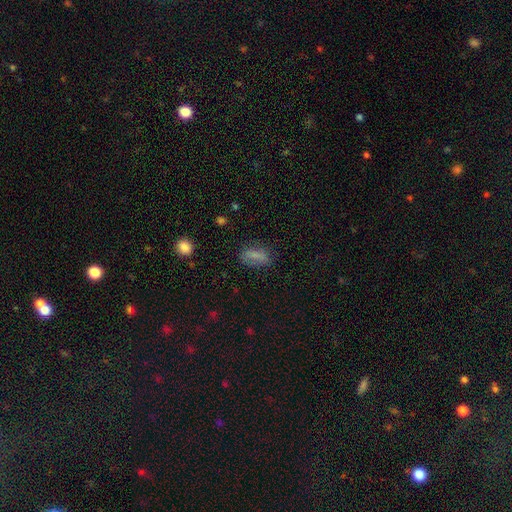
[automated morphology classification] Q: Smooth or featured?
A: smooth (77%); runner-up: featured or disk (12%)
Q: How rounded?
A: in between (82%); runner-up: cigar-shaped (12%)
Q: Merging?
A: none (68%); runner-up: minor disturbance (21%)